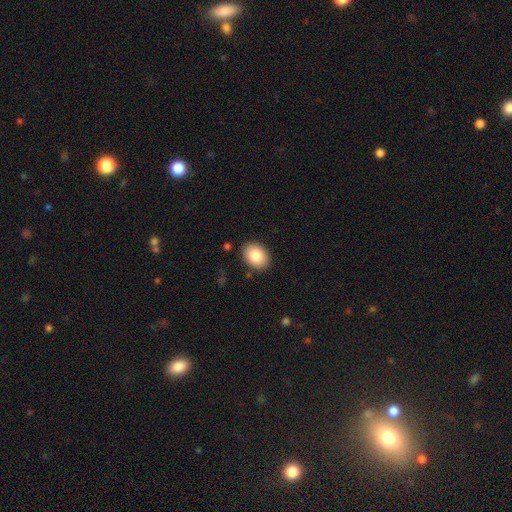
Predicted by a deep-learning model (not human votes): smooth_or_featured: smooth (p=0.84) [alt: featured or disk p=0.08]
how_rounded: in between (p=0.67) [alt: round p=0.32]
merging: none (p=0.88) [alt: minor disturbance p=0.08]